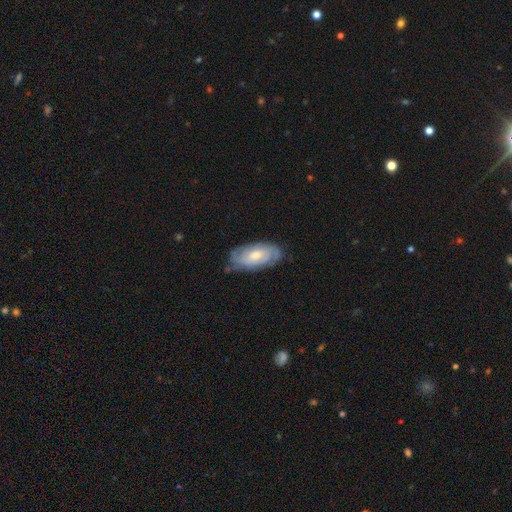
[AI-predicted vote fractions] Smooth or featured? featured or disk (61%)
Edge-on disk? no (92%)
Bar? no (65%)
Spiral arms? yes (82%)
Bulge size? moderate (64%)
Merging? none (73%)